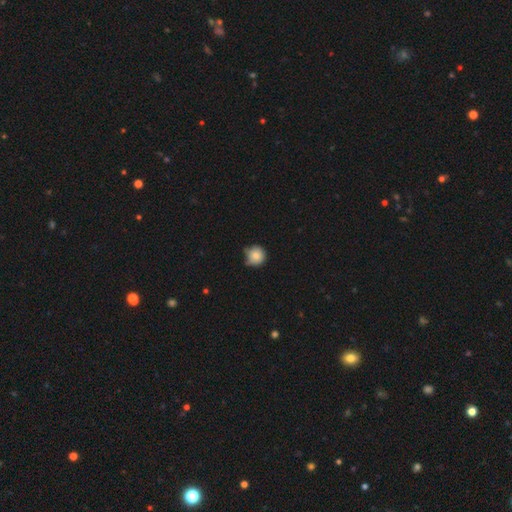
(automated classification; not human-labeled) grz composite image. It shows a smooth galaxy with no disk features (82%) that is round (93%). Merging: none (59%).